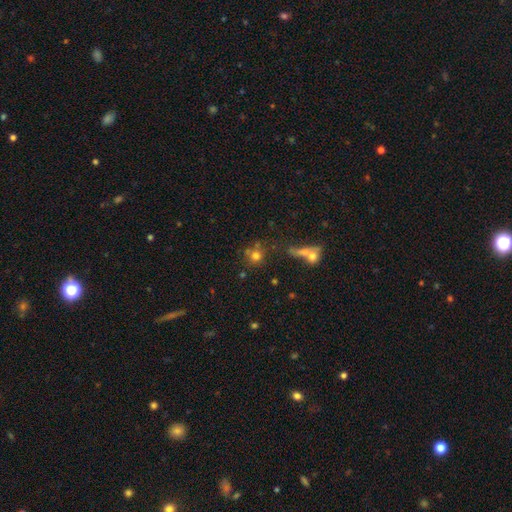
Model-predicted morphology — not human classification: This appears to be a smooth galaxy with no disk features (71%) that is round (84%). Merging: none (58%).